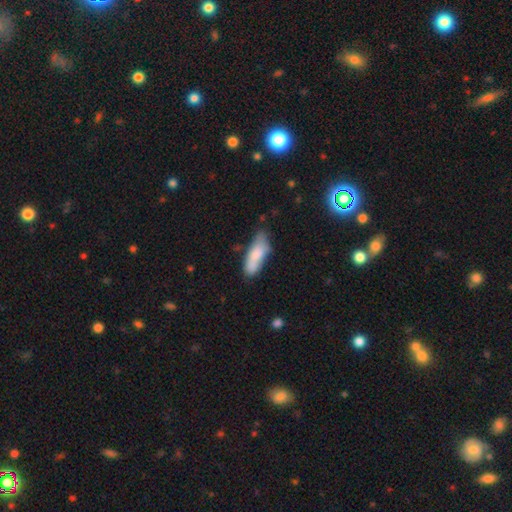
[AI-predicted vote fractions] smooth-or-featured: smooth: 76% | featured or disk: 17% | star or artifact: 7%
  how-rounded: in between: 64% | cigar-shaped: 34% | round: 2%
  merging: none: 50% | minor disturbance: 30% | merger: 10% | major disturbance: 9%